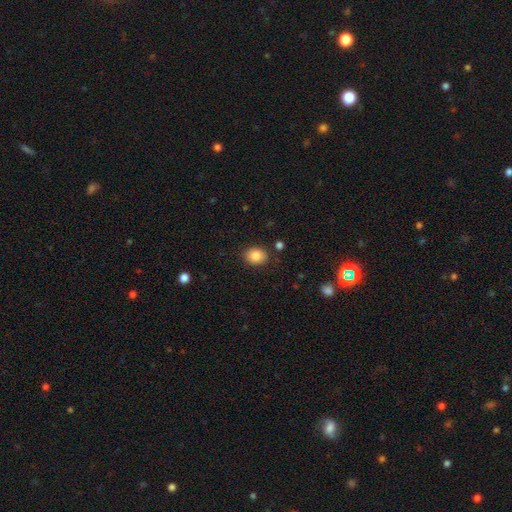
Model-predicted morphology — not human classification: smooth 86%, star or artifact 9%, featured or disk 5%. Down the decision tree: how rounded — in between (55%); merging — none (85%).